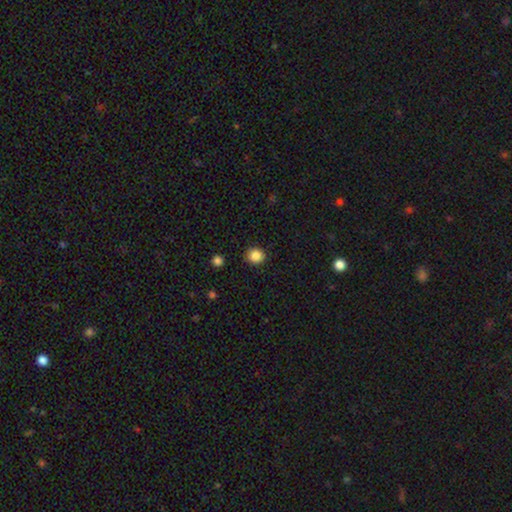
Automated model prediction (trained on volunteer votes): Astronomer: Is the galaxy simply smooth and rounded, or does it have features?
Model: smooth — 86%.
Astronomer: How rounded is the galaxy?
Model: round — 87%.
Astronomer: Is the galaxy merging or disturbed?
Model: none — 91%.